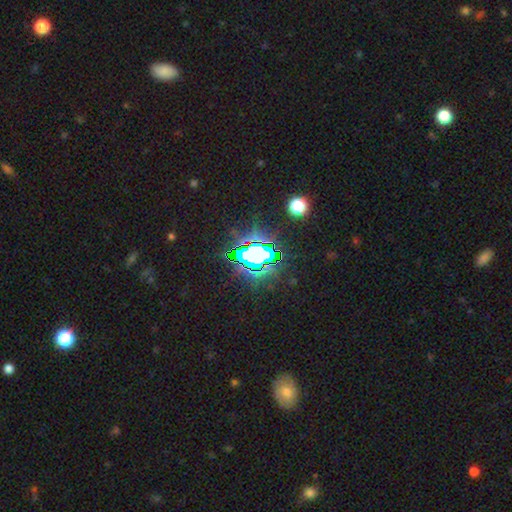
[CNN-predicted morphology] Smooth or featured: star or artifact — 74% (smooth — 15%)